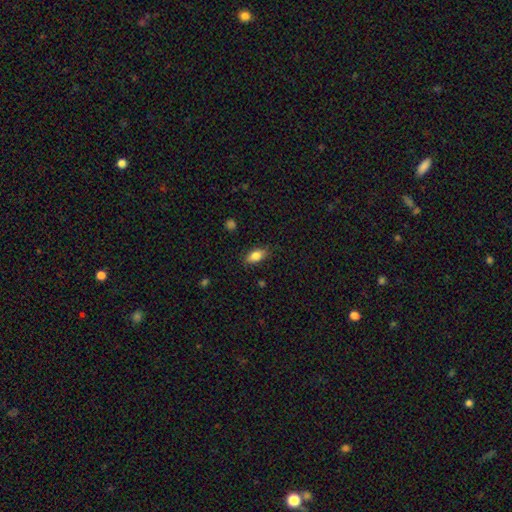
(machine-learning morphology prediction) This is clearly a smooth galaxy (82%). How rounded: clearly in between (87%). Merging: clearly none (82%).